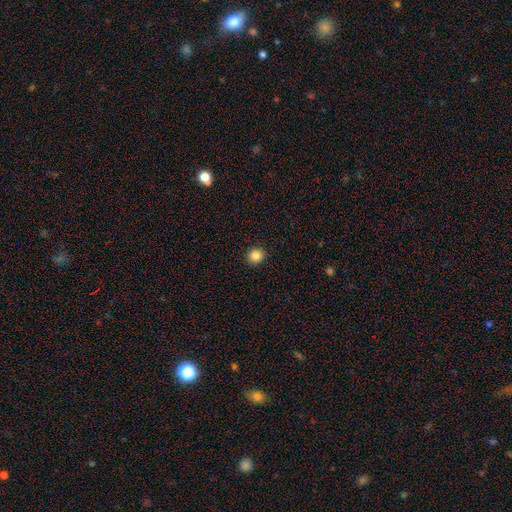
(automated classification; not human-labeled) This is clearly a smooth galaxy (85%). How rounded: clearly round (91%). Merging: clearly none (93%).